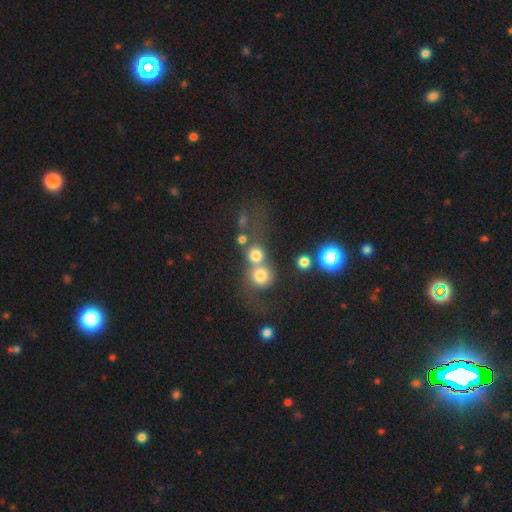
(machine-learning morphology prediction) Smooth or featured? smooth (72%)
How rounded? round (85%)
Merging? merger (53%)